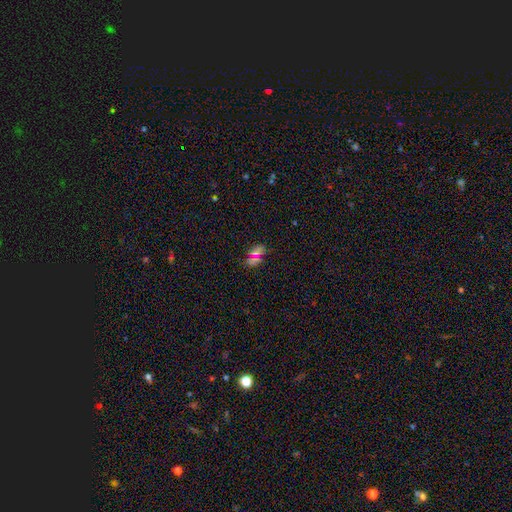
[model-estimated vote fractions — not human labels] smooth-or-featured: smooth: 61% | star or artifact: 29% | featured or disk: 10%
  how-rounded: in between: 84% | round: 11% | cigar-shaped: 6%
  merging: none: 78% | minor disturbance: 13% | major disturbance: 5% | merger: 5%